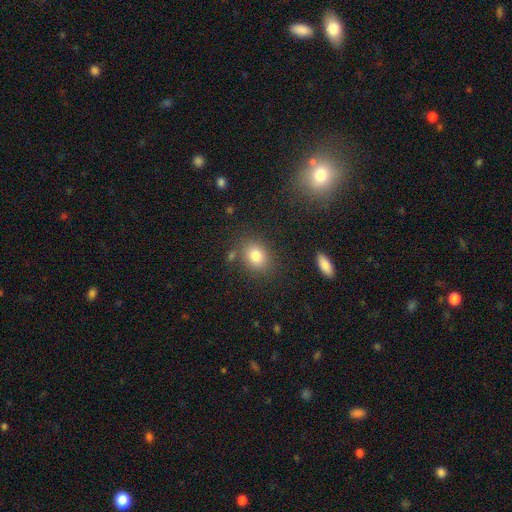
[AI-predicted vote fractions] Smooth or featured: smooth — 80% (star or artifact — 11%)
How rounded: round — 50% (in between — 49%)
Merging: none — 79% (minor disturbance — 12%)